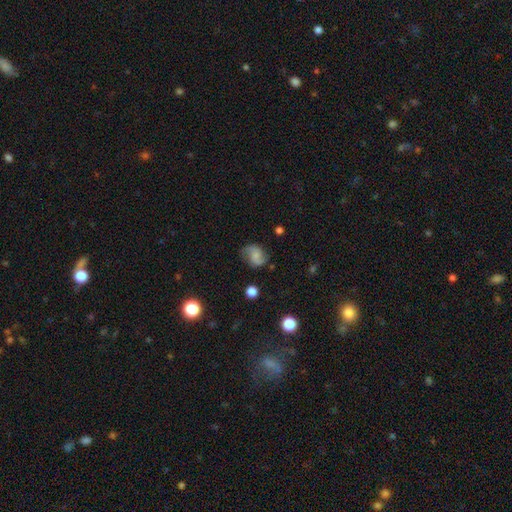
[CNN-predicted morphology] smooth_or_featured: featured or disk (p=0.55) [alt: smooth p=0.35]
disk_edge_on: no (p=0.97) [alt: yes p=0.03]
bar: no (p=0.58) [alt: weak p=0.34]
has_spiral_arms: yes (p=0.92) [alt: no p=0.08]
bulge_size: small (p=0.38) [alt: none p=0.37]
merging: none (p=0.70) [alt: minor disturbance p=0.20]